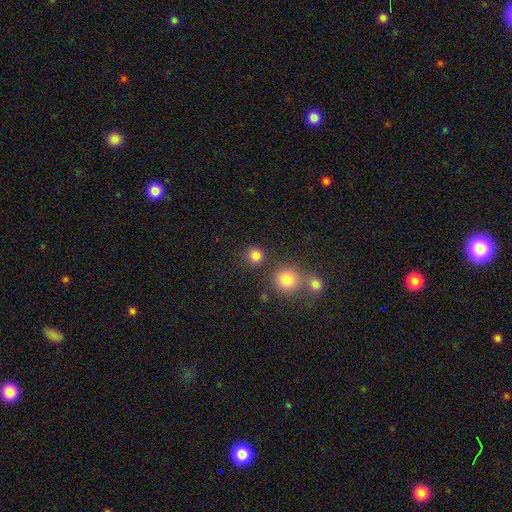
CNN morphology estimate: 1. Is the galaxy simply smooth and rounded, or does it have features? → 81% smooth, 14% star or artifact, 5% featured or disk.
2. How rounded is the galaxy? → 91% round, 8% in between, 1% cigar-shaped.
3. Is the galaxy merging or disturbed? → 76% none, 13% merger, 7% minor disturbance, 4% major disturbance.